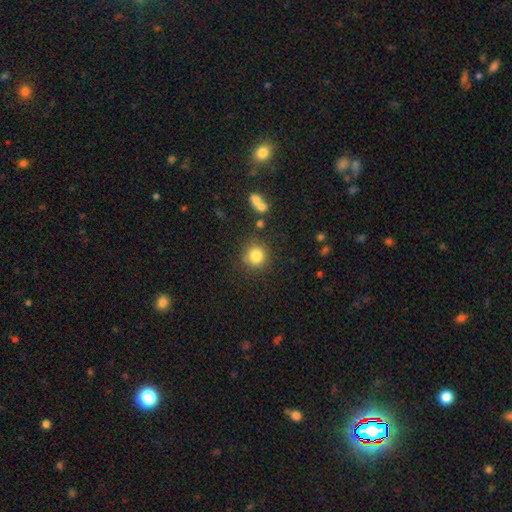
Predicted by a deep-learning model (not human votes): Overall: smooth (83%). How rounded: round (91%). Merging: none (82%).